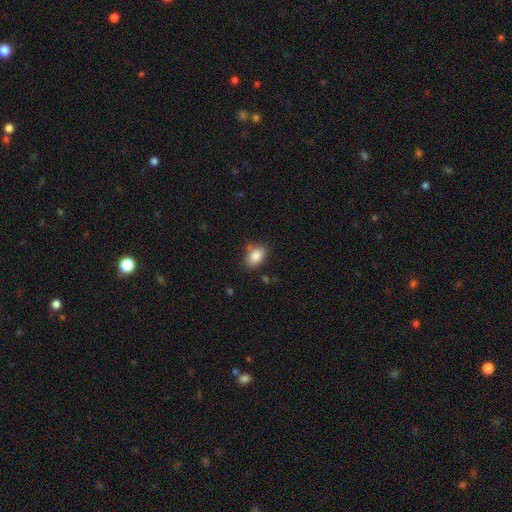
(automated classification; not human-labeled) Smooth or featured? Predicted: smooth (p=0.86). How rounded? Predicted: in between (p=0.88). Merging? Predicted: none (p=0.74).